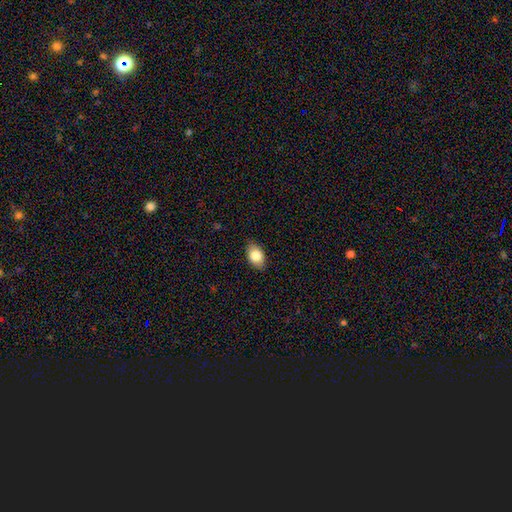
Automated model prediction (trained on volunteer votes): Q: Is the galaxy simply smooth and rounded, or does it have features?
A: smooth — 82%.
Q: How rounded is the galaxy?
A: in between — 84%.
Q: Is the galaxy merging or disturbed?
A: none — 84%.